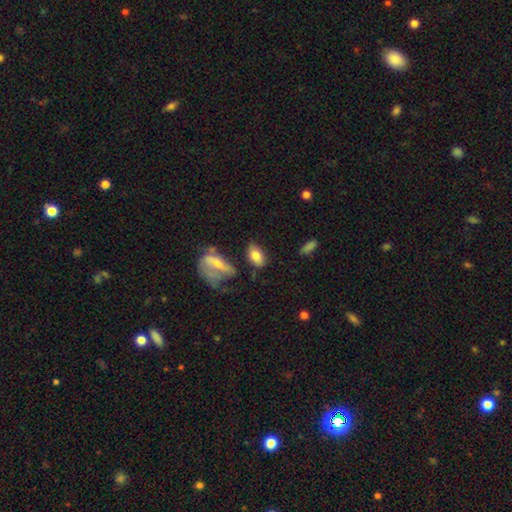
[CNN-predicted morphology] This is likely a smooth galaxy (77%). How rounded: clearly in between (89%). Merging: likely none (64%).